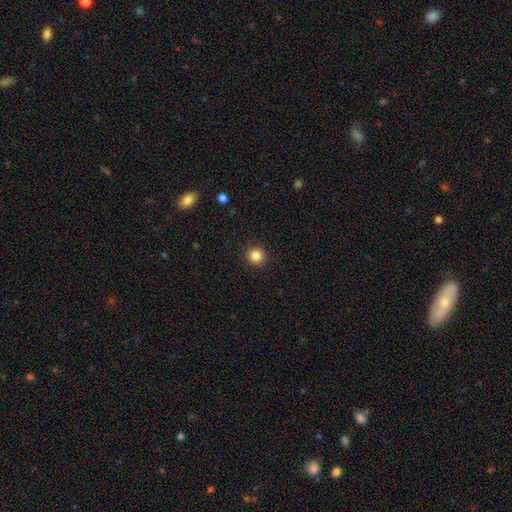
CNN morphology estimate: type=smooth (85%); roundness=round (95%); merging=none (93%).